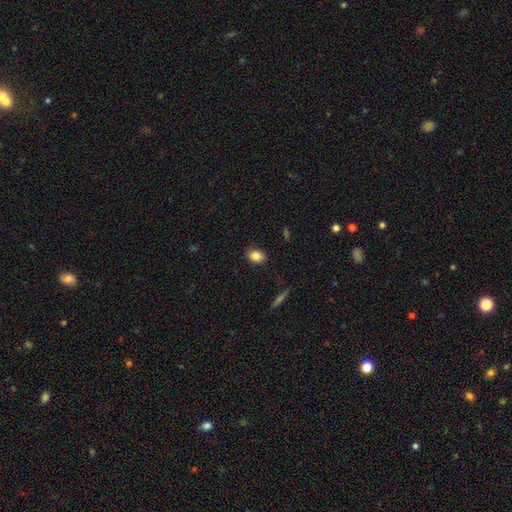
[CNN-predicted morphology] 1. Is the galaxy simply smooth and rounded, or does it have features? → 83% smooth, 9% star or artifact, 8% featured or disk.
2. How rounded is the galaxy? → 71% in between, 27% round, 2% cigar-shaped.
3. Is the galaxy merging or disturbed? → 85% none, 12% minor disturbance, 2% major disturbance, 1% merger.